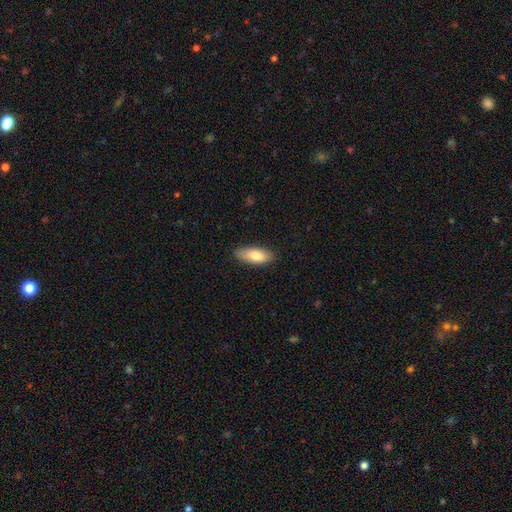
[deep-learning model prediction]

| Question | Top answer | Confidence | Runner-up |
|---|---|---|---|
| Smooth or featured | smooth | 78% | featured or disk (16%) |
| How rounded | in between | 74% | cigar-shaped (24%) |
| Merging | none | 85% | minor disturbance (11%) |